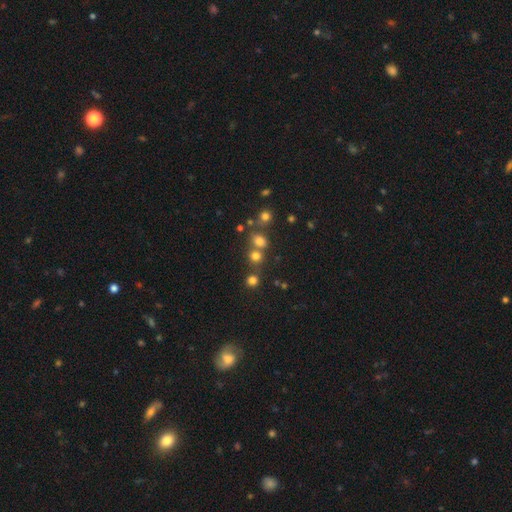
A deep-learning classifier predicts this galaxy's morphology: Overall: smooth (64%; star or artifact 26%). How rounded: round (79%). Merging: none (58%; merger 31%).